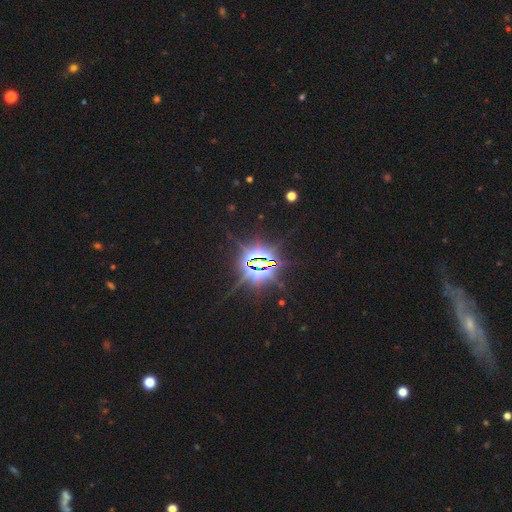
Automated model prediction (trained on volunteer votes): Q: Smooth or featured?
A: star or artifact (86%); runner-up: featured or disk (8%)